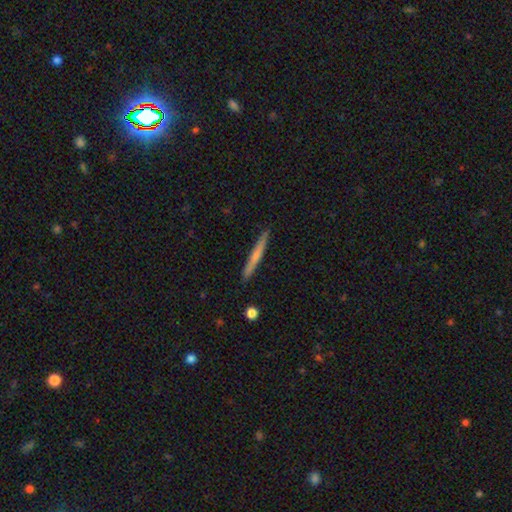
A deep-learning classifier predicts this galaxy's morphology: smooth 57%, featured or disk 37%, star or artifact 6%. Down the decision tree: how rounded — cigar-shaped (96%); merging — none (90%).